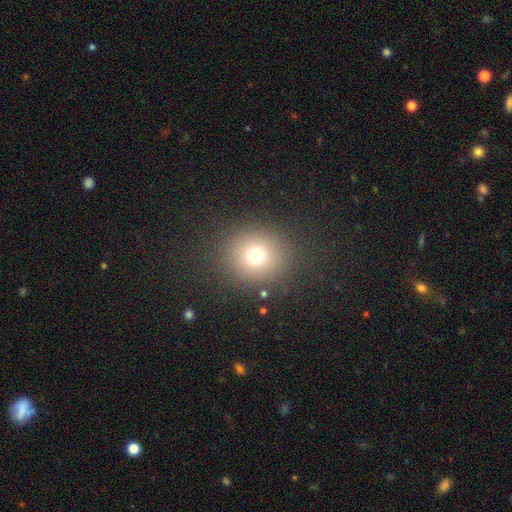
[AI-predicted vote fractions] This appears to be a smooth galaxy with no disk features (72%) that is round (89%). Merging: none (86%).